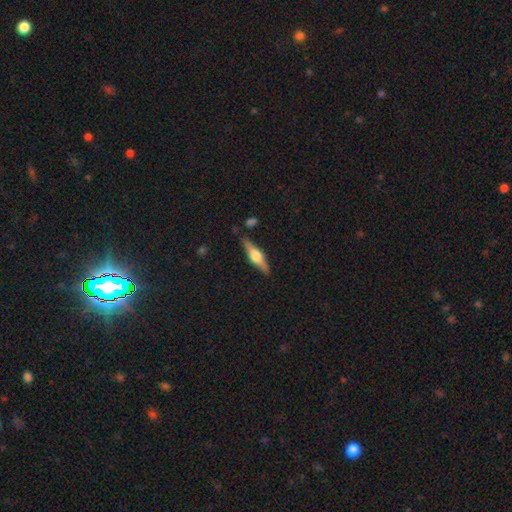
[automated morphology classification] Smooth or featured? featured or disk (66%)
Edge-on disk? yes (96%)
Edge-on bulge? rounded (91%)
Merging? none (86%)